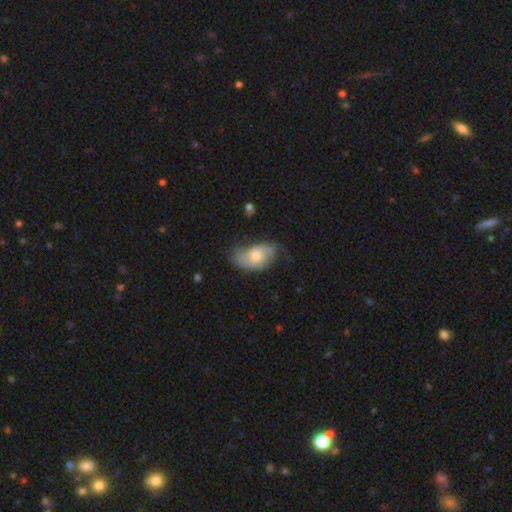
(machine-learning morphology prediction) smooth-or-featured: featured or disk: 61% | smooth: 32% | star or artifact: 6%
  disk-edge-on: no: 96% | yes: 4%
    bar: no: 66% | weak: 29% | strong: 4%
    has-spiral-arms: yes: 86% | no: 14%
      spiral-winding: medium: 40% | loose: 37% | tight: 23%
      spiral-arm-count: 2: 65% | can't tell: 18% | 1: 10% | 3: 4% | 4: 2% | more than 4: 2%
    bulge-size: moderate: 56% | small: 31% | large: 8% | none: 4% | dominant: 1%
  merging: none: 49% | minor disturbance: 30% | major disturbance: 19% | merger: 2%